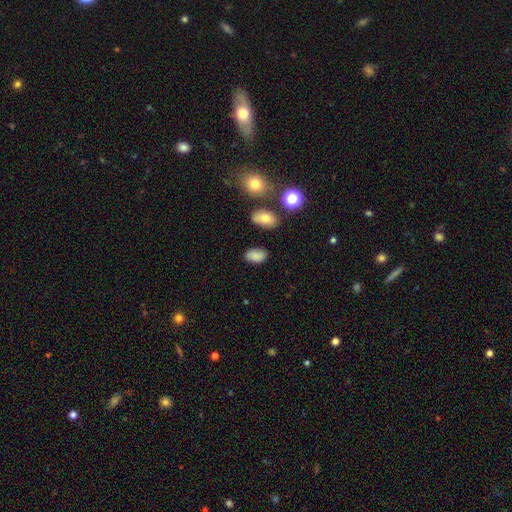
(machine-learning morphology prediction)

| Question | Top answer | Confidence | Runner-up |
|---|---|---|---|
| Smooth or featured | smooth | 81% | star or artifact (10%) |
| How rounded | in between | 89% | round (9%) |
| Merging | none | 76% | minor disturbance (16%) |